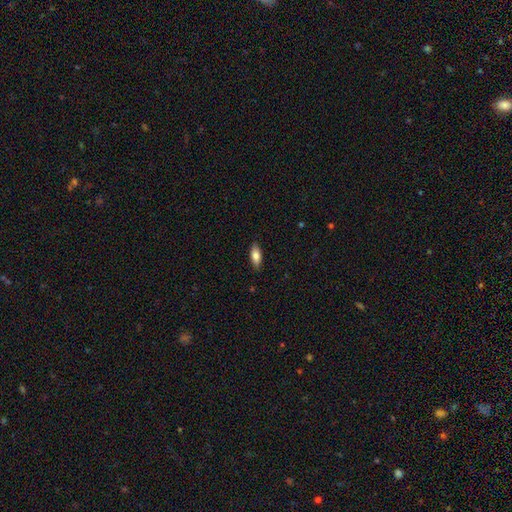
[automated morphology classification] smooth 76%, featured or disk 18%, star or artifact 6%. Down the decision tree: how rounded — in between (76%); merging — none (88%).